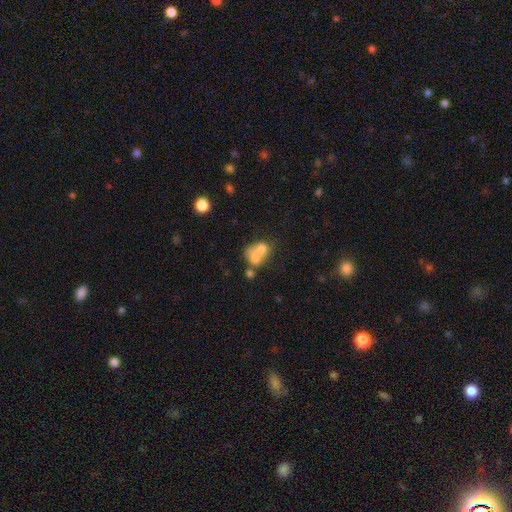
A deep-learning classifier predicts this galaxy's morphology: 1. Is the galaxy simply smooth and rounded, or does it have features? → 64% smooth, 25% featured or disk, 12% star or artifact.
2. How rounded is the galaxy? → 65% in between, 34% round, 2% cigar-shaped.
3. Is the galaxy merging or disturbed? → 58% merger, 21% none, 11% minor disturbance, 10% major disturbance.